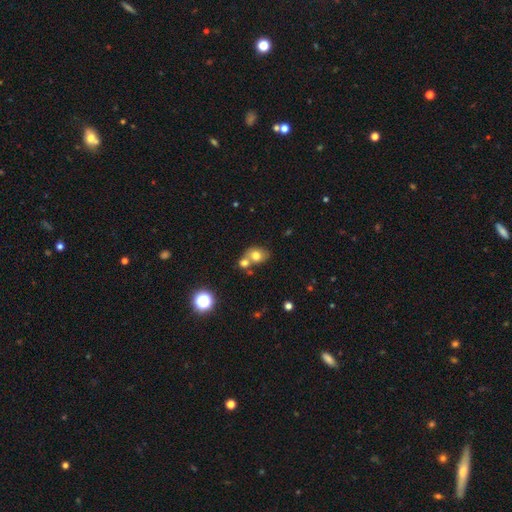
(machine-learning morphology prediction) smooth_or_featured: smooth (p=0.73) [alt: featured or disk p=0.15]
how_rounded: round (p=0.50) [alt: in between p=0.49]
merging: none (p=0.43) [alt: merger p=0.42]